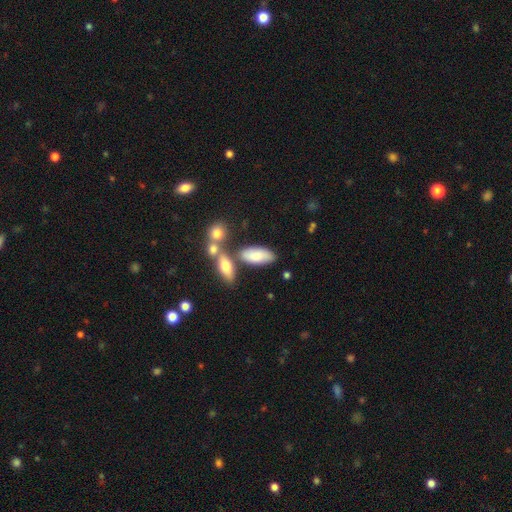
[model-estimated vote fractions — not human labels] The model was most divided on "merging": none: 60%, merger: 21%, minor disturbance: 14%, major disturbance: 5%. More confident: how rounded — in between (83%); smooth or featured — smooth (79%).